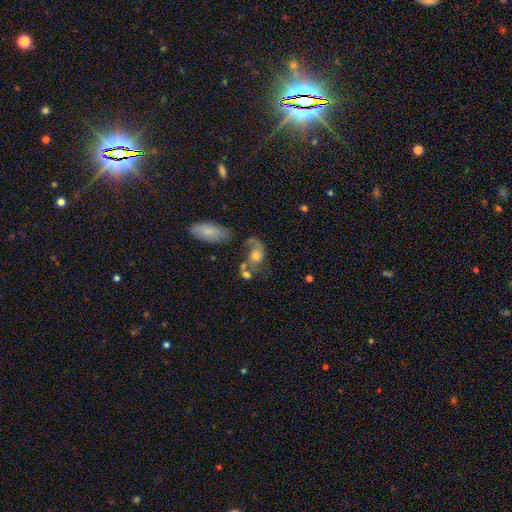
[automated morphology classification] smooth_or_featured: featured or disk (p=0.46) [alt: smooth p=0.43]
merging: none (p=0.29) [alt: merger p=0.28]